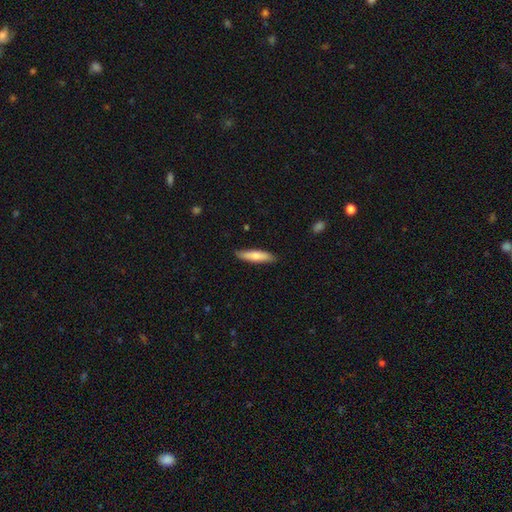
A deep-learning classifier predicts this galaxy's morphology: Smooth or featured?
  - smooth: 72% *
  - featured or disk: 23%
  - star or artifact: 5%
How rounded?
  - cigar-shaped: 78% *
  - in between: 20%
  - round: 2%
Merging?
  - none: 86% *
  - minor disturbance: 11%
  - major disturbance: 2%
  - merger: 1%